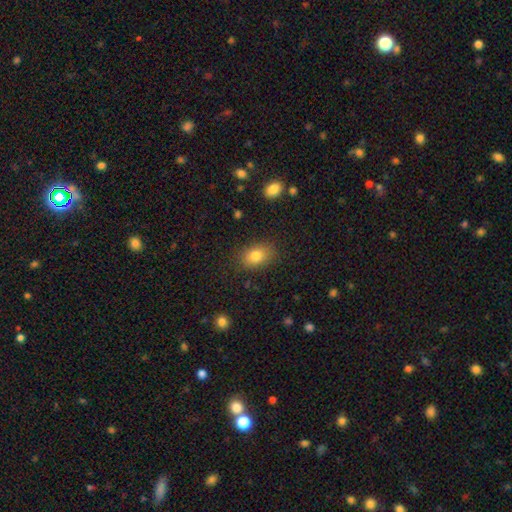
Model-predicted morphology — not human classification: A smooth galaxy with no disk features (82%) that is in between round and cigar-shaped (78%).

Vote fractions:
- Smooth or featured? smooth: 82% / star or artifact: 10% / featured or disk: 8%
- How rounded? in between: 78% / round: 20% / cigar-shaped: 1%
- Merging? none: 83% / minor disturbance: 12% / major disturbance: 3% / merger: 1%